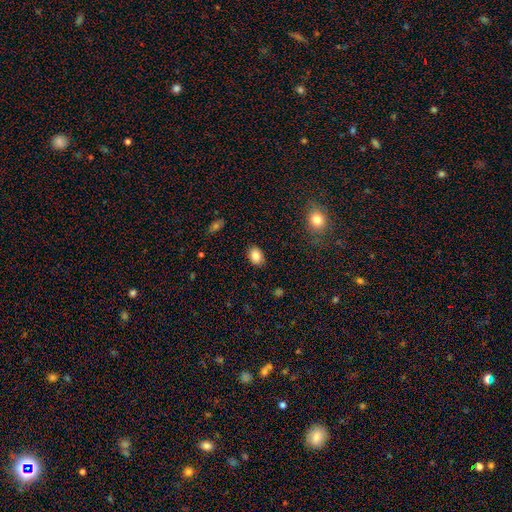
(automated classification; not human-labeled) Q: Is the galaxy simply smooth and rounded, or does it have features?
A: smooth — 85%.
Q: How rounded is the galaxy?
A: in between — 77%.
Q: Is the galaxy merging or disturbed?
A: none — 87%.